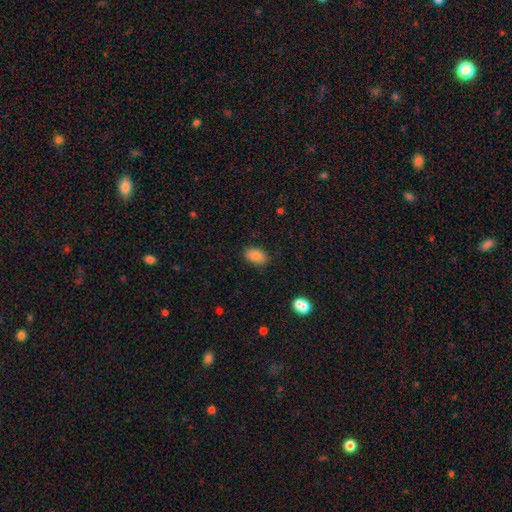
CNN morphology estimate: This appears to be a smooth galaxy with no disk features (86%) that is in between round and cigar-shaped (91%). Merging: none (86%).